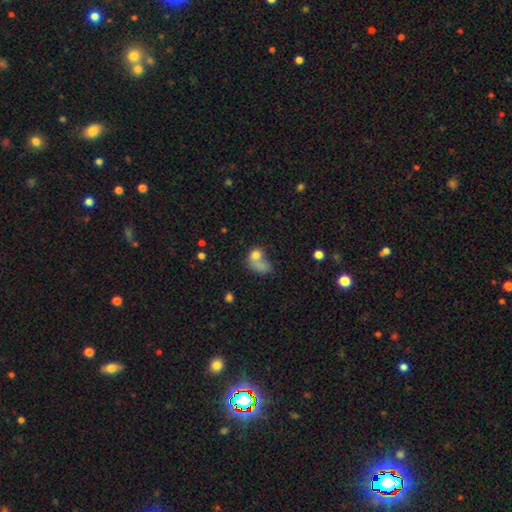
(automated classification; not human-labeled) Q: Smooth or featured?
A: smooth (67%); runner-up: featured or disk (17%)
Q: How rounded?
A: in between (57%); runner-up: round (41%)
Q: Merging?
A: merger (41%); runner-up: none (26%)